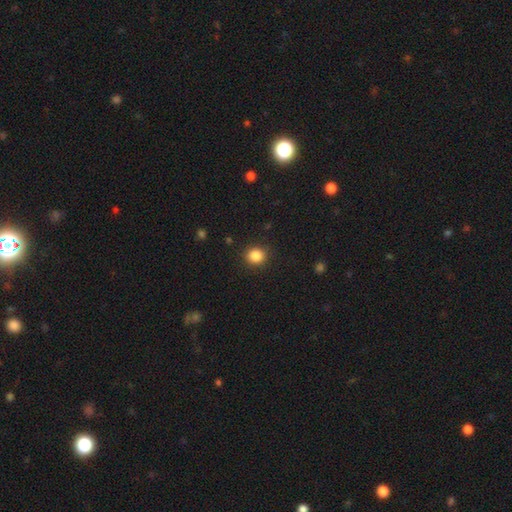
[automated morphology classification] Smooth or featured? smooth (86%)
How rounded? round (83%)
Merging? none (90%)